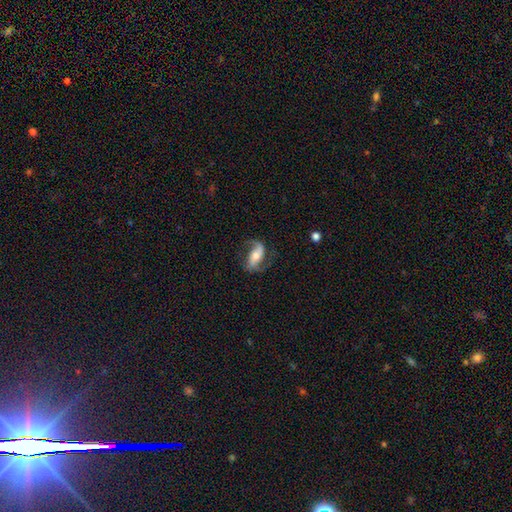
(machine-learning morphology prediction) This appears to be a featured or disk galaxy (81%) with a strong bar (40%), 2 (88%) loose (51%) spiral arms (94%) and a moderate central bulge (57%). Merging: none (72%).